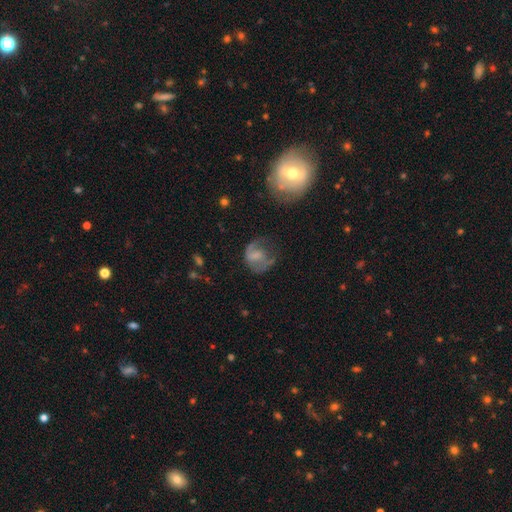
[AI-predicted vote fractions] This is possibly a featured or disk galaxy (49%). Merging: marginally none (40%).